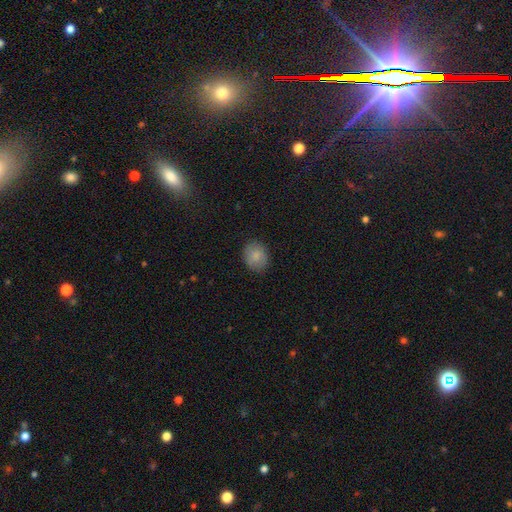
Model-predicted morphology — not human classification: A smooth galaxy with no disk features (84%) that is round (57%). Merging: none (86%).